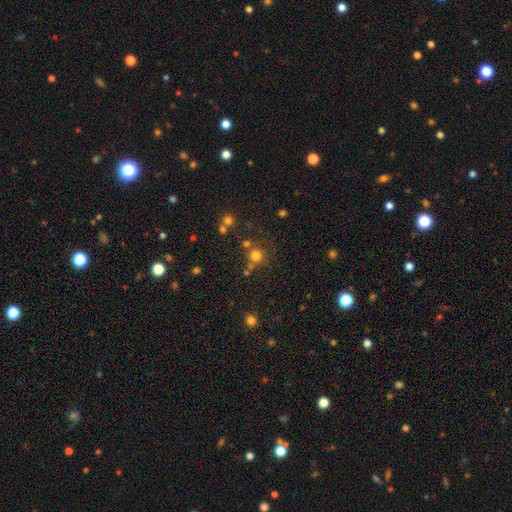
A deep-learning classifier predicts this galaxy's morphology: Overall: smooth (73%). How rounded: round (92%). Merging: none (71%).